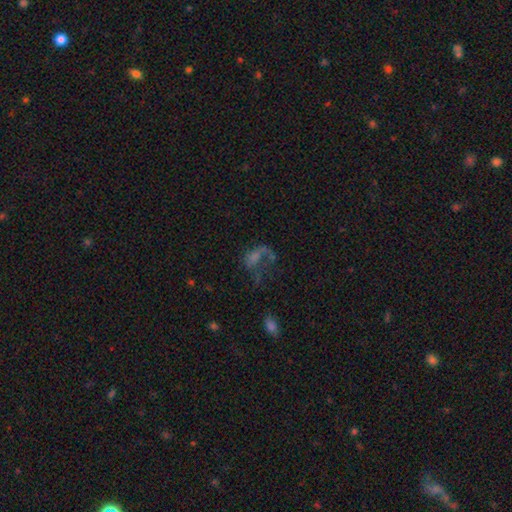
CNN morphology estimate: Smooth or featured?
  - featured or disk: 44% *
  - smooth: 33%
  - star or artifact: 23%
Merging?
  - major disturbance: 48% *
  - none: 27%
  - merger: 13%
  - minor disturbance: 13%